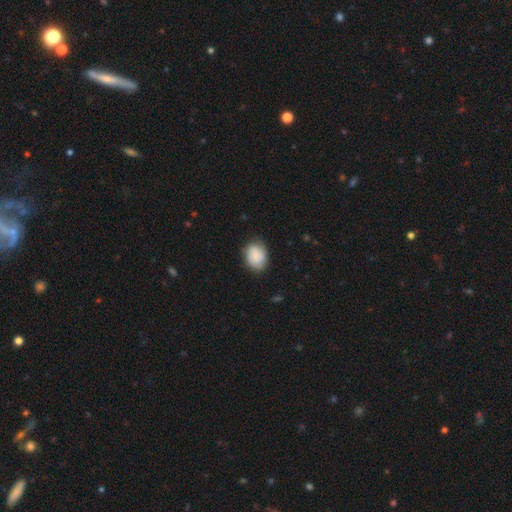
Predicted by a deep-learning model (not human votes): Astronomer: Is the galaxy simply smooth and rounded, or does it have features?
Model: smooth — 81%.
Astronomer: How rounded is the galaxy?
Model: in between — 63%.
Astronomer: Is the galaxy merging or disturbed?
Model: none — 76%.